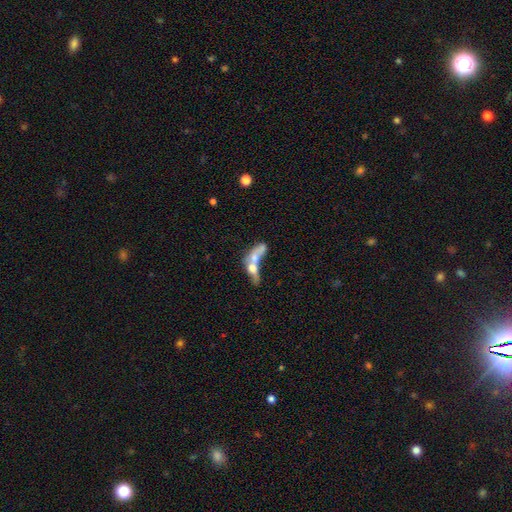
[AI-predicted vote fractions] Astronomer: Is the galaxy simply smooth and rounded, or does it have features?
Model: smooth — 49% (runner-up: featured or disk, 41%).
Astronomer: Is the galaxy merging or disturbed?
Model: merger — 74%.